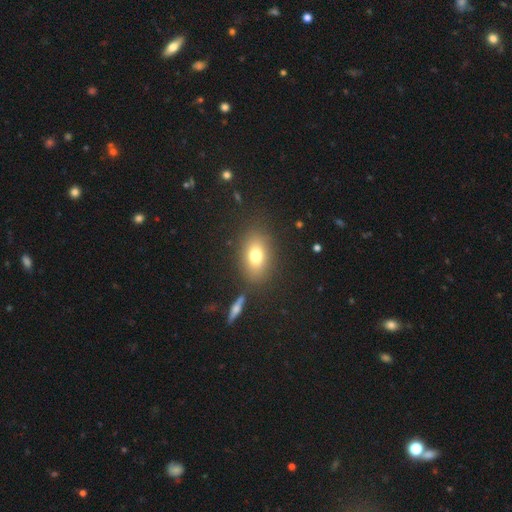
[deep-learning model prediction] smooth-or-featured: smooth: 75% | featured or disk: 14% | star or artifact: 11%
  how-rounded: in between: 79% | round: 18% | cigar-shaped: 3%
  merging: none: 82% | minor disturbance: 10% | major disturbance: 4% | merger: 4%